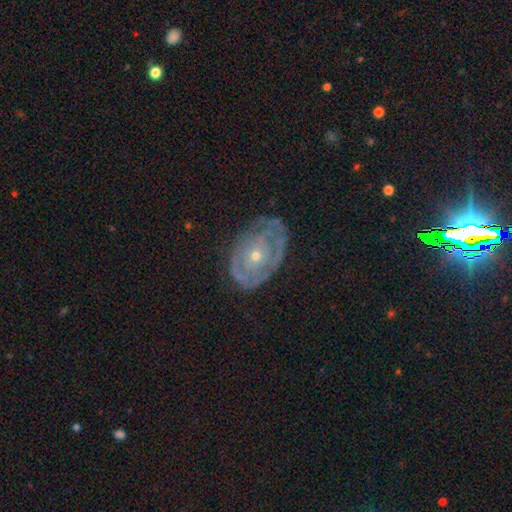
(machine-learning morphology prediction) This is likely a featured or disk galaxy (74%). It is clearly not viewed edge-on (95%). Bar: clearly no (84%). Spiral arm pattern: likely yes (63%). Central bulge: likely small (63%). Merging: possibly none (59%).